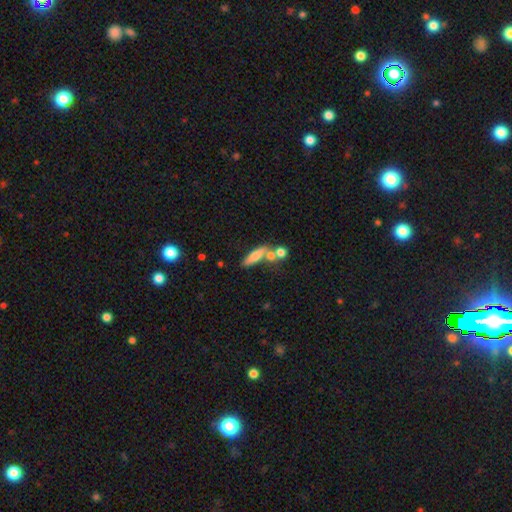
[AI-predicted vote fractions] A smooth galaxy with no disk features (63%) that is cigar-shaped (61%). Merging: none (47%).